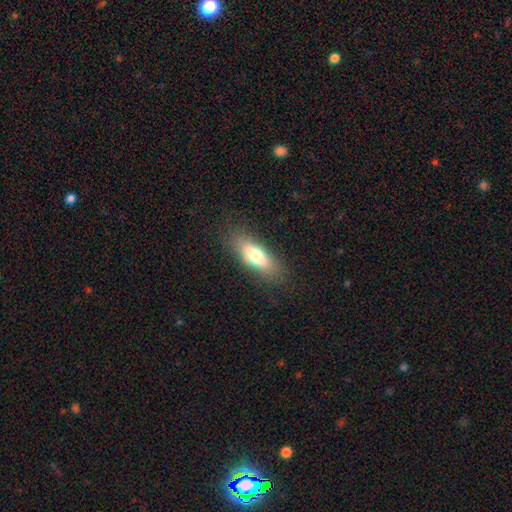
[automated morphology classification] Smooth or featured: smooth — 72% (featured or disk — 21%)
How rounded: in between — 63% (cigar-shaped — 34%)
Merging: none — 82% (minor disturbance — 12%)